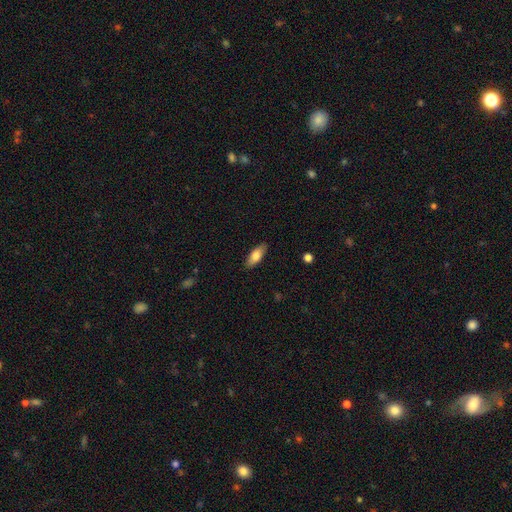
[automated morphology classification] Smooth or featured?
  - smooth: 77% *
  - featured or disk: 17%
  - star or artifact: 6%
How rounded?
  - in between: 74% *
  - cigar-shaped: 24%
  - round: 2%
Merging?
  - none: 87% *
  - minor disturbance: 10%
  - major disturbance: 2%
  - merger: 1%